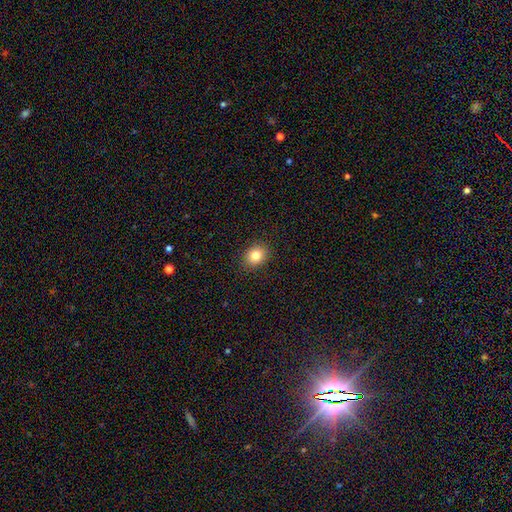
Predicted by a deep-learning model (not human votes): smooth 82%, star or artifact 10%, featured or disk 7%. Down the decision tree: how rounded — round (57%); merging — none (90%).